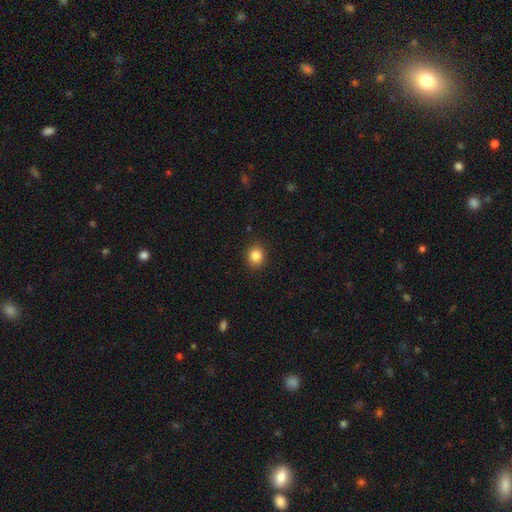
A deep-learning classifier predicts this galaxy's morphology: smooth-or-featured: smooth: 85% | star or artifact: 10% | featured or disk: 5%
  how-rounded: round: 76% | in between: 23% | cigar-shaped: 1%
  merging: none: 90% | minor disturbance: 7% | major disturbance: 2% | merger: 1%